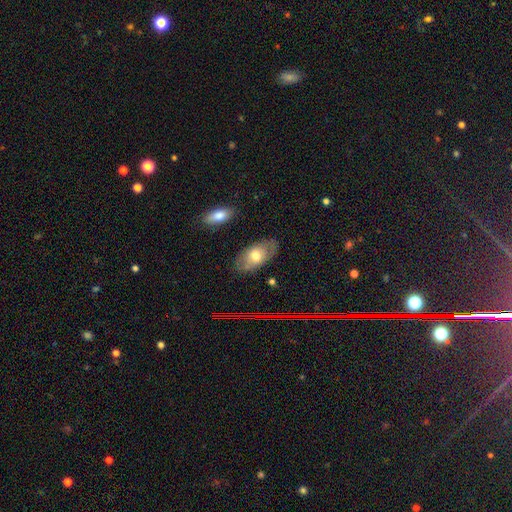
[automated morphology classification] This appears to be a smooth galaxy with no disk features (54%) that is in between round and cigar-shaped (92%). Merging: none (78%).